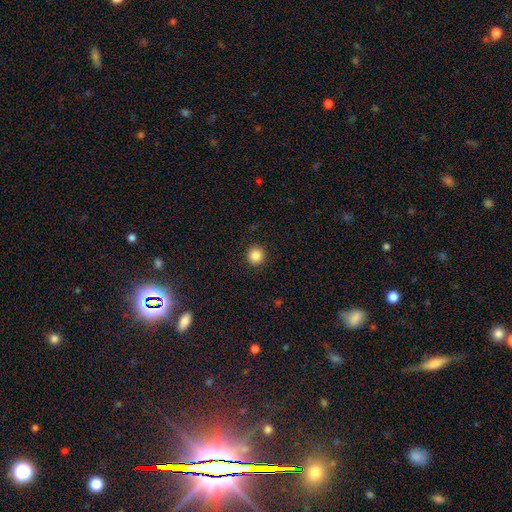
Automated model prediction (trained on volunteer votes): Q: Smooth or featured?
A: smooth (86%); runner-up: star or artifact (11%)
Q: How rounded?
A: round (95%); runner-up: in between (4%)
Q: Merging?
A: none (93%); runner-up: minor disturbance (5%)